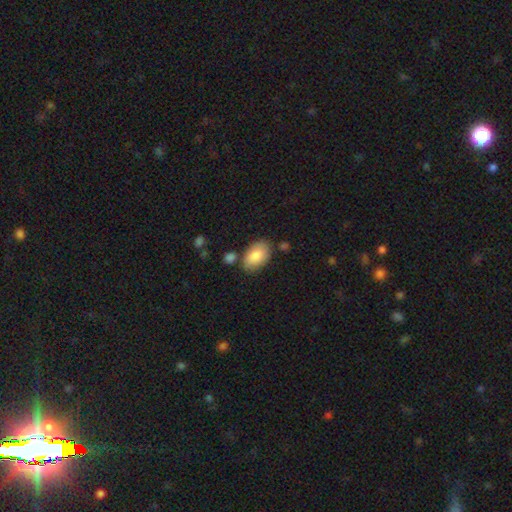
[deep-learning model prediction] Smooth or featured? Predicted: smooth (p=0.84). How rounded? Predicted: in between (p=0.92). Merging? Predicted: none (p=0.73).